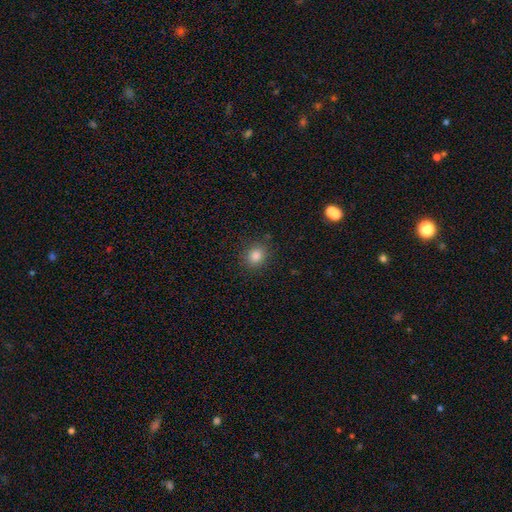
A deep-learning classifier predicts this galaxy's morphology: Q: Smooth or featured?
A: smooth (84%); runner-up: star or artifact (11%)
Q: How rounded?
A: round (77%); runner-up: in between (22%)
Q: Merging?
A: none (88%); runner-up: minor disturbance (8%)